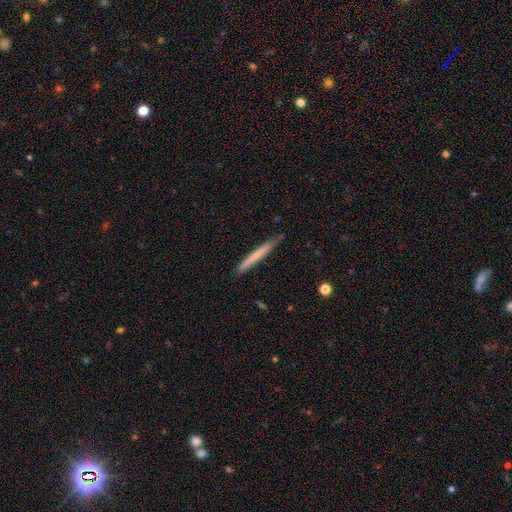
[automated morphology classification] The model was most divided on "smooth or featured": smooth: 64%, featured or disk: 31%, star or artifact: 6%. More confident: how rounded — cigar-shaped (97%); merging — none (84%).